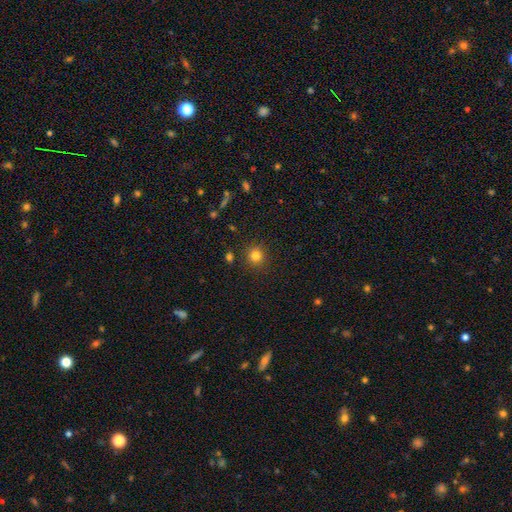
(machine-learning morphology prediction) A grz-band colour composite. It shows a smooth galaxy with no disk features (81%) that is round (91%). Merging: none (88%).